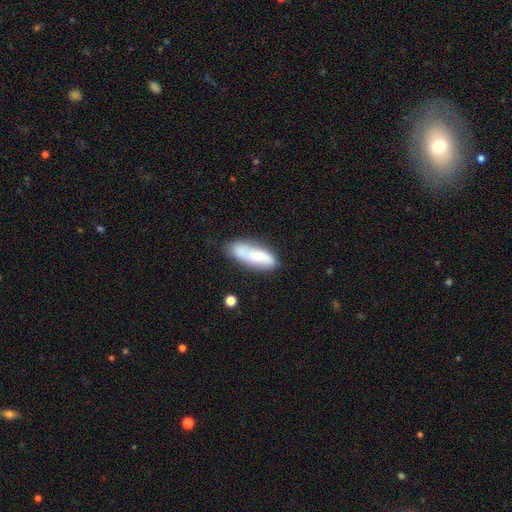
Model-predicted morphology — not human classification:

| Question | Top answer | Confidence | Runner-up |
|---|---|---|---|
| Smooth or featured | smooth | 60% | featured or disk (33%) |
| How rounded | in between | 62% | cigar-shaped (36%) |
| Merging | none | 66% | minor disturbance (21%) |